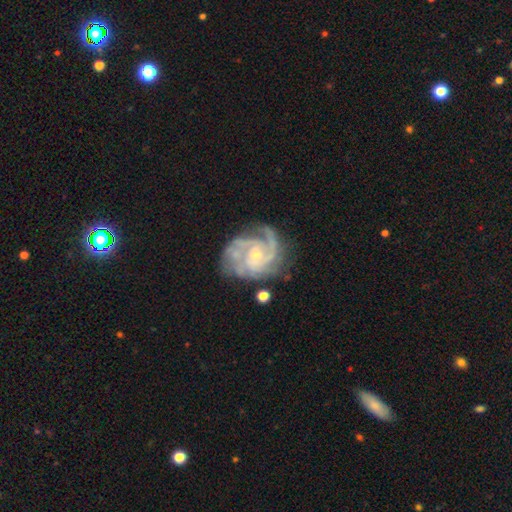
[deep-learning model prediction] smooth-or-featured: featured or disk: 90% | star or artifact: 6% | smooth: 5%
  disk-edge-on: no: 98% | yes: 2%
    bar: no: 69% | weak: 26% | strong: 5%
    has-spiral-arms: yes: 97% | no: 3%
      spiral-winding: tight: 51% | medium: 40% | loose: 9%
      spiral-arm-count: 3: 40% | 2: 17% | can't tell: 17% | 4: 14% | 1: 6% | more than 4: 6%
    bulge-size: small: 74% | moderate: 21% | none: 3% | large: 1% | dominant: 1%
  merging: none: 64% | minor disturbance: 20% | major disturbance: 13% | merger: 3%